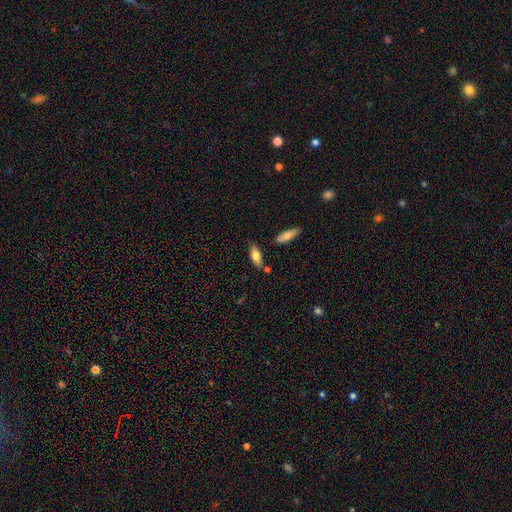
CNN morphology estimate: type=smooth (76%); roundness=in between (77%); merging=none (74%).